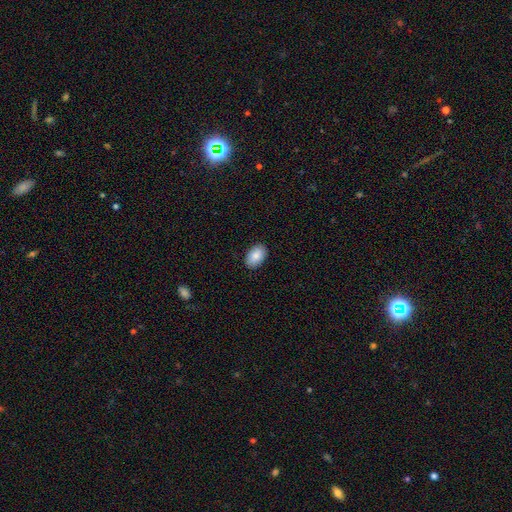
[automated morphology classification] The model was most divided on "smooth or featured": smooth: 87%, star or artifact: 7%, featured or disk: 6%. More confident: how rounded — in between (92%); merging — none (89%).